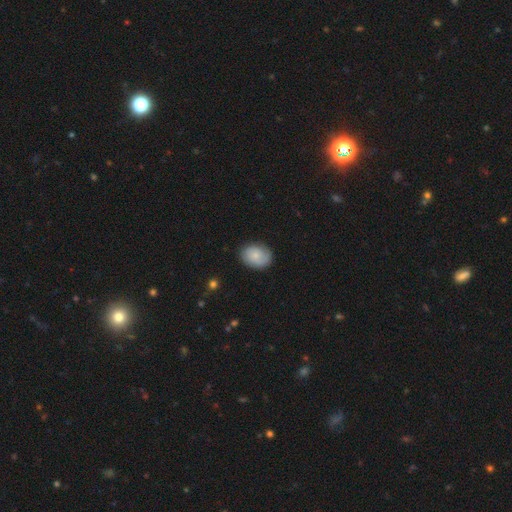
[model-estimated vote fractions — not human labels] Smooth or featured? smooth (74%)
How rounded? in between (59%)
Merging? none (80%)